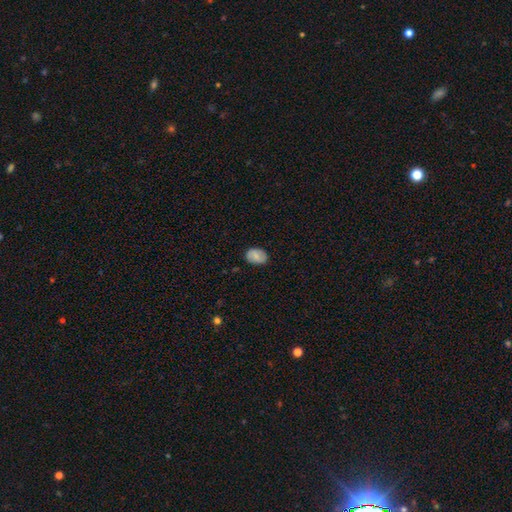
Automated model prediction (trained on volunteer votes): A smooth galaxy with no disk features (76%) that is in between round and cigar-shaped (77%). Merging: none (81%).